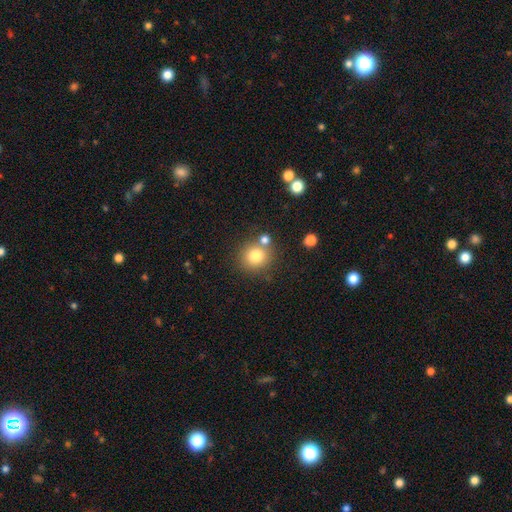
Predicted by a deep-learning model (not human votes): Q: Smooth or featured?
A: smooth (79%); runner-up: star or artifact (12%)
Q: How rounded?
A: round (89%); runner-up: in between (10%)
Q: Merging?
A: none (70%); runner-up: merger (17%)